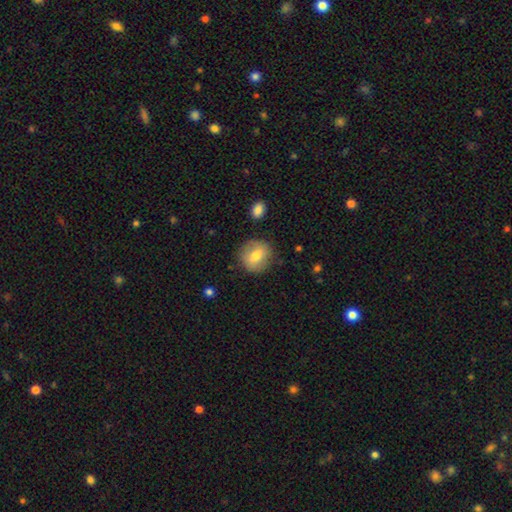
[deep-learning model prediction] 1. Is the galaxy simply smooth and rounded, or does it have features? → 70% smooth, 23% featured or disk, 8% star or artifact.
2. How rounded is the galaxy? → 81% round, 18% in between, 1% cigar-shaped.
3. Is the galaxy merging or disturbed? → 82% none, 12% minor disturbance, 4% major disturbance, 2% merger.